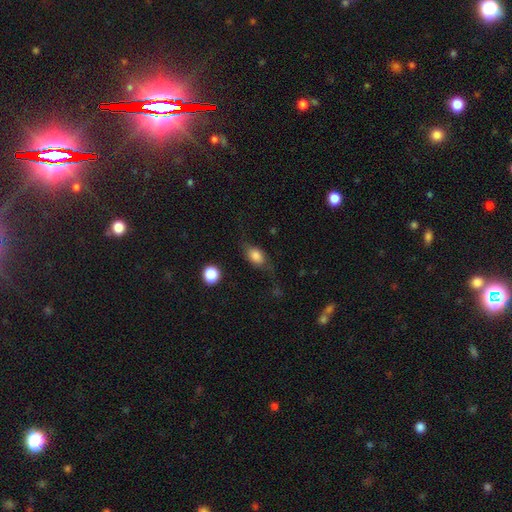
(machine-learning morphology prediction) Smooth or featured? Predicted: smooth (p=0.70). How rounded? Predicted: in between (p=0.74). Merging? Predicted: none (p=0.57).